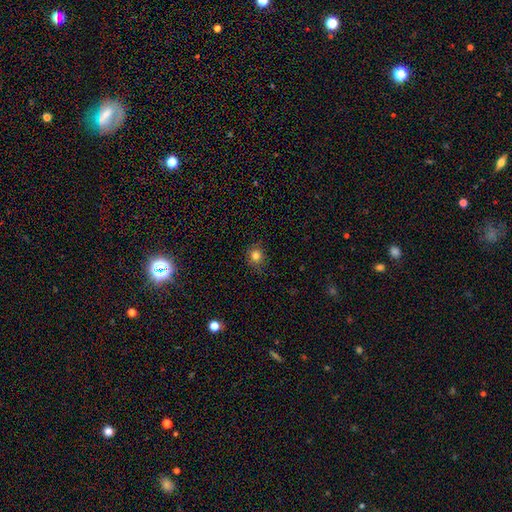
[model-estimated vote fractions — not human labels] Smooth or featured?
  - smooth: 80% *
  - star or artifact: 14%
  - featured or disk: 6%
How rounded?
  - round: 87% *
  - in between: 12%
  - cigar-shaped: 1%
Merging?
  - none: 86% *
  - minor disturbance: 10%
  - major disturbance: 2%
  - merger: 1%